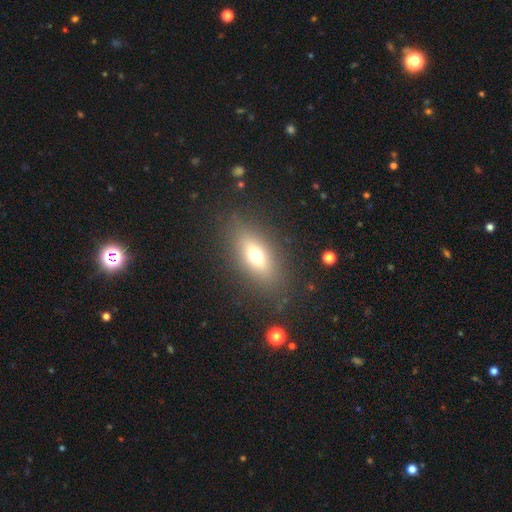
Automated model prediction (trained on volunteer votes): Overall: smooth (62%; featured or disk 26%). How rounded: in between (73%). Merging: none (84%).